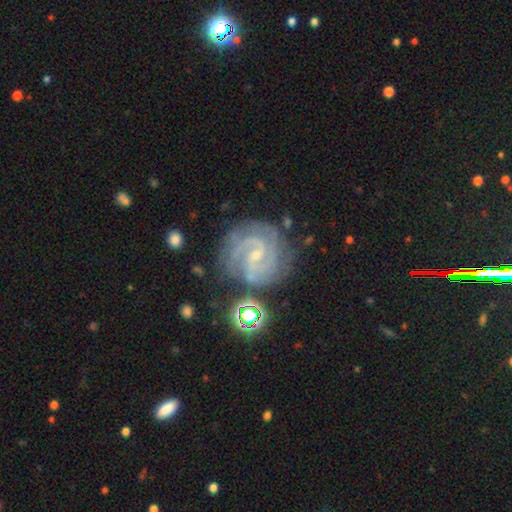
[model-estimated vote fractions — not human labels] smooth_or_featured: featured or disk (p=0.89) [alt: star or artifact p=0.07]
disk_edge_on: no (p=0.98) [alt: yes p=0.02]
bar: weak (p=0.48) [alt: no p=0.33]
has_spiral_arms: yes (p=0.98) [alt: no p=0.02]
spiral_winding: tight (p=0.63) [alt: medium p=0.33]
spiral_arm_count: 2 (p=0.48) [alt: 3 p=0.24]
bulge_size: small (p=0.78) [alt: moderate p=0.16]
merging: none (p=0.75) [alt: minor disturbance p=0.16]